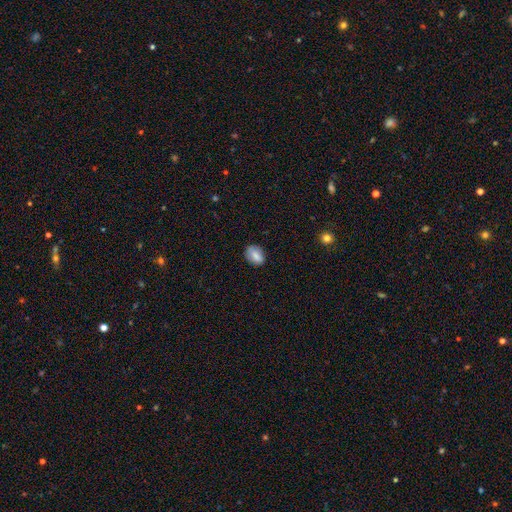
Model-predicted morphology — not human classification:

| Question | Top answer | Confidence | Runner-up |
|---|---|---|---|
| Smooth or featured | smooth | 76% | featured or disk (16%) |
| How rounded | in between | 75% | round (22%) |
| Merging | none | 80% | minor disturbance (15%) |